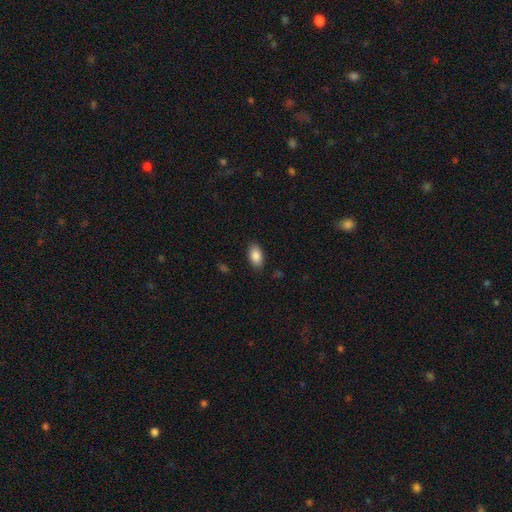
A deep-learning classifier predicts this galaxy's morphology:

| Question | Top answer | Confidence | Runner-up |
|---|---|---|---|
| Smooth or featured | smooth | 87% | star or artifact (7%) |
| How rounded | in between | 93% | round (5%) |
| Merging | none | 87% | minor disturbance (10%) |